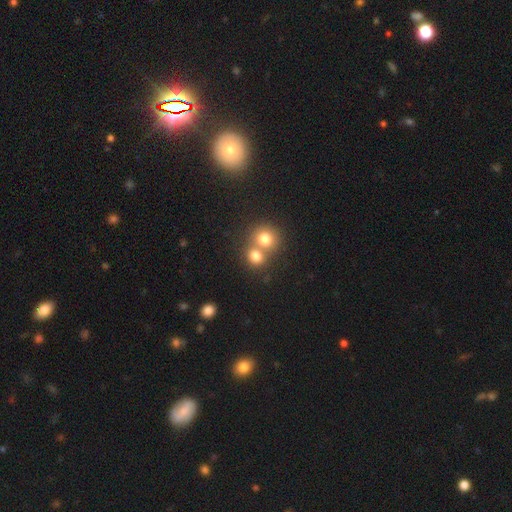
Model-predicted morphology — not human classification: Overall: smooth (76%). How rounded: round (79%). Merging: merger (53%; none 39%).